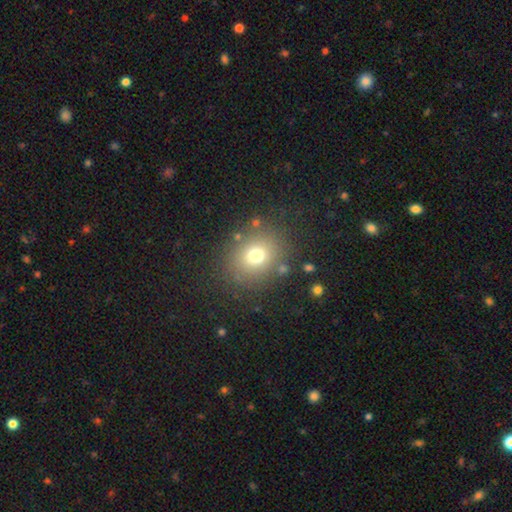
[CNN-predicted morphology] The model was most divided on "how rounded": round: 70%, in between: 29%, cigar-shaped: 1%. More confident: merging — none (81%); smooth or featured — smooth (71%).